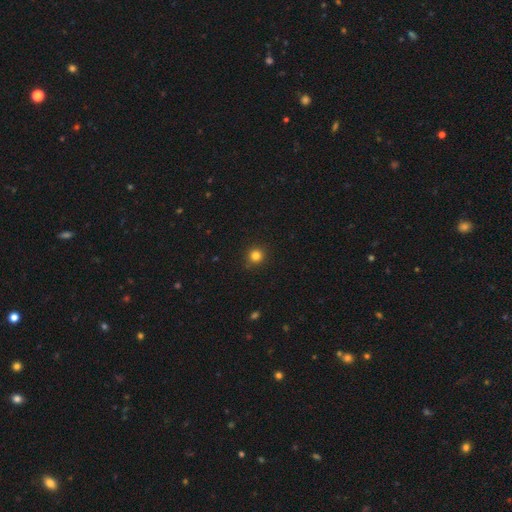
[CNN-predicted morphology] A smooth galaxy with no disk features (82%) that is round (94%). Merging: none (91%).